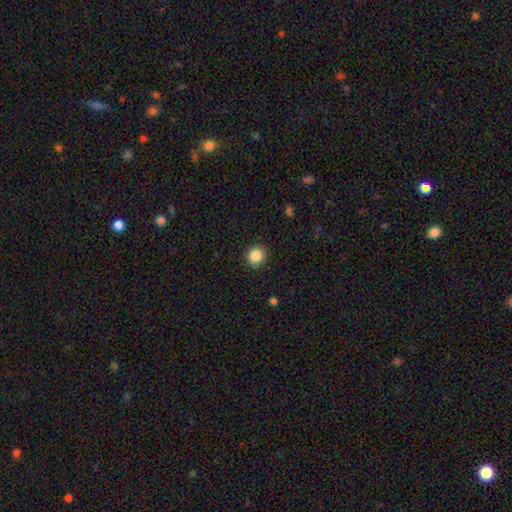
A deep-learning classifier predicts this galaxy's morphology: Smooth or featured? Predicted: smooth (p=0.87). How rounded? Predicted: round (p=0.86). Merging? Predicted: none (p=0.89).